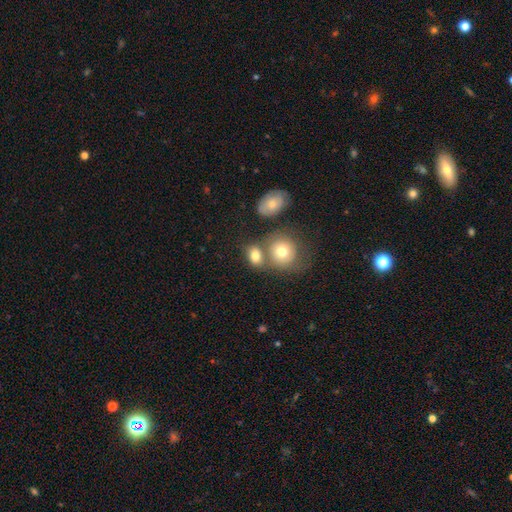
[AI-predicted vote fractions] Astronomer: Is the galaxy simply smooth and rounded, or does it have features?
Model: smooth — 76%.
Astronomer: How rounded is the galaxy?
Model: in between — 52% (runner-up: round, 47%).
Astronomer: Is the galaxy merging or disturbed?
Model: none — 49% (runner-up: merger, 33%).